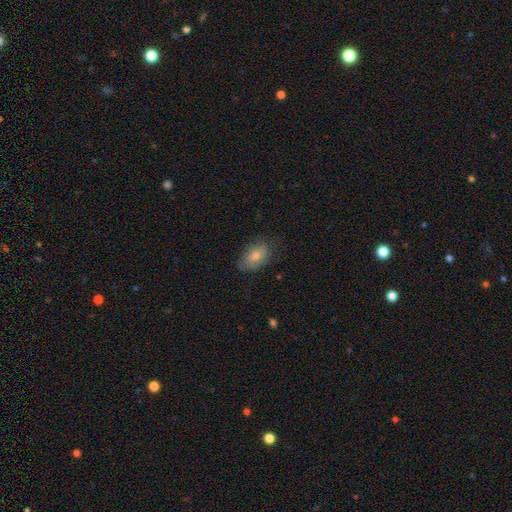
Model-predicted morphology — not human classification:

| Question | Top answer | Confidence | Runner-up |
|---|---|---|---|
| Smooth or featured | smooth | 66% | featured or disk (24%) |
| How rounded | in between | 89% | round (7%) |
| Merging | none | 74% | minor disturbance (20%) |